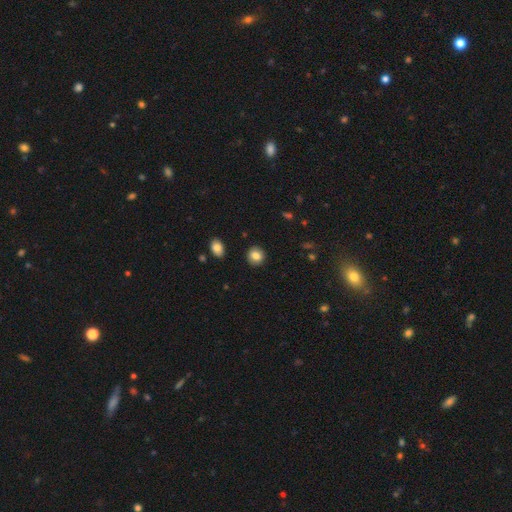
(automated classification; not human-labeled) This appears to be a smooth galaxy with no disk features (83%) that is round (80%). Merging: none (89%).